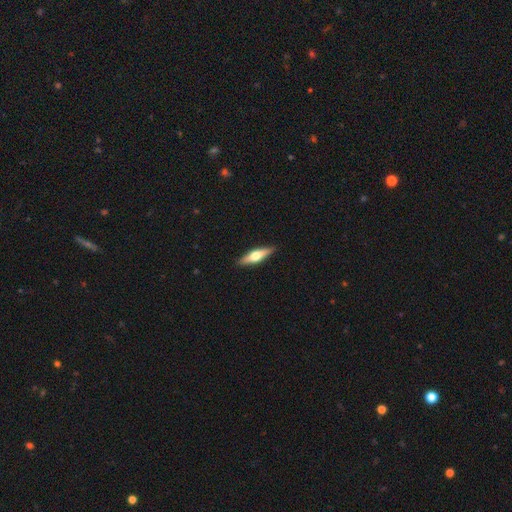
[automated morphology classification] Smooth or featured: featured or disk — 54% (smooth — 41%)
Edge-on disk: yes — 95% (no — 5%)
Edge-on bulge: rounded — 94% (boxy — 4%)
Merging: none — 90% (minor disturbance — 7%)